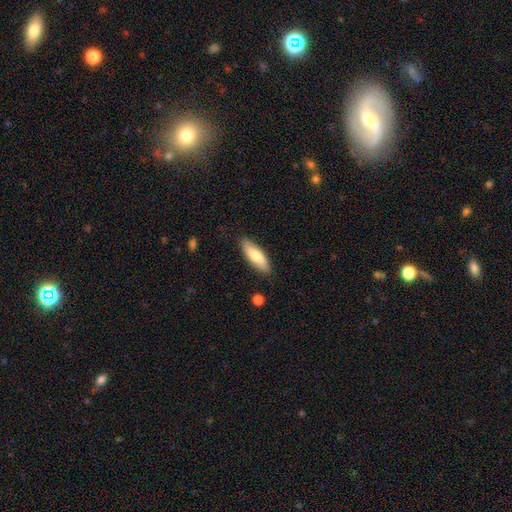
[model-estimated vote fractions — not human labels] Smooth or featured? Predicted: smooth (p=0.75). How rounded? Predicted: in between (p=0.58). Merging? Predicted: none (p=0.85).